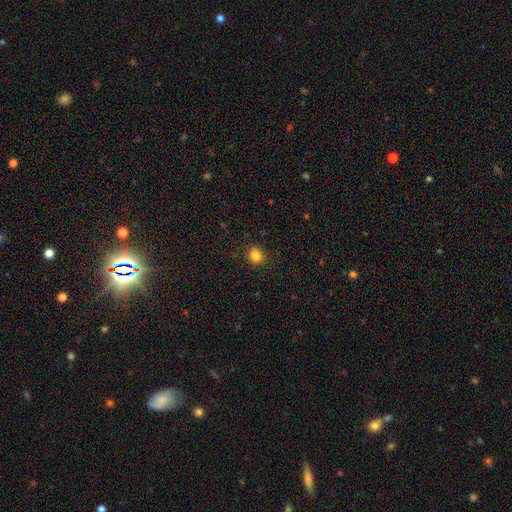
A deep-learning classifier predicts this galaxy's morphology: Q: Smooth or featured?
A: smooth (84%); runner-up: star or artifact (11%)
Q: How rounded?
A: round (57%); runner-up: in between (43%)
Q: Merging?
A: none (87%); runner-up: minor disturbance (9%)